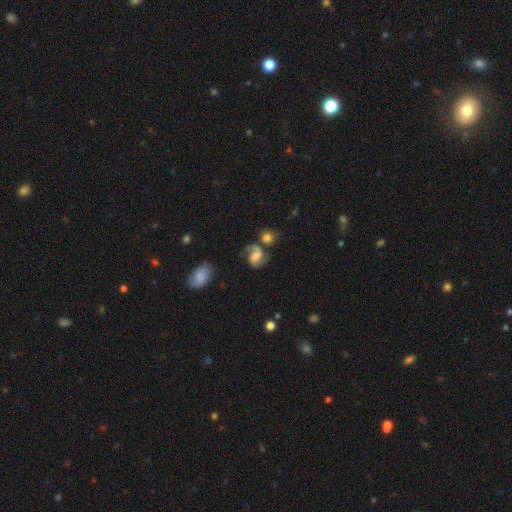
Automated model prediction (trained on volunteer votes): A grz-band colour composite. It shows a featured or disk galaxy (76%) with a weak bar (47%), 2 (87%) medium (52%) spiral arms (94%) and a moderate central bulge (37%). Merging: none (54%).